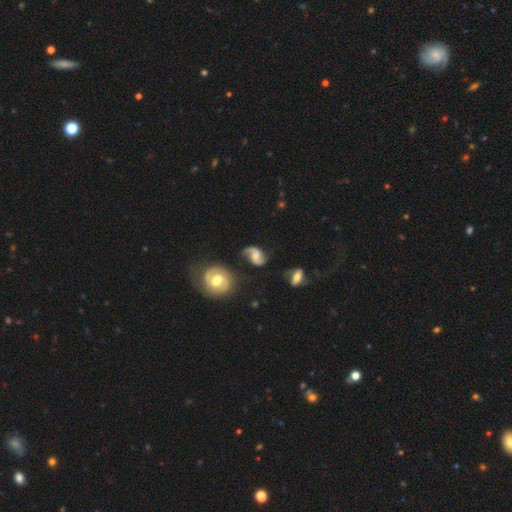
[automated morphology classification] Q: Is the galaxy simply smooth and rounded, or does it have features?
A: featured or disk — 80%.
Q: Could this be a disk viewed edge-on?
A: no — 97%.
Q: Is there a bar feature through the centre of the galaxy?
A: no — 48%.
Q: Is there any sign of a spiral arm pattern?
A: yes — 96%.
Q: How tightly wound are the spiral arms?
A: loose — 52%.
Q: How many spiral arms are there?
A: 2 — 88%.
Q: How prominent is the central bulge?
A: moderate — 47%.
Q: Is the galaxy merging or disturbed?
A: none — 64%.